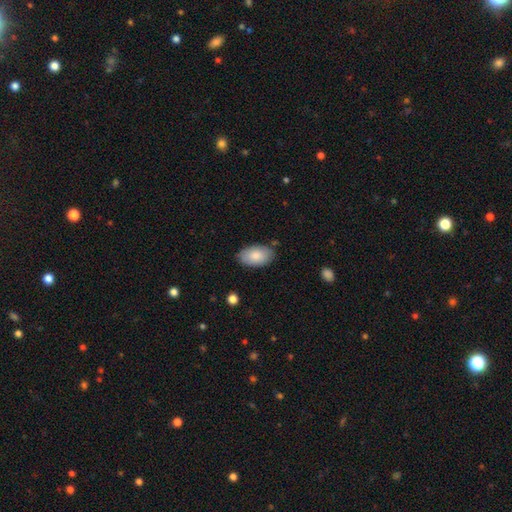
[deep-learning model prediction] A smooth galaxy with no disk features (84%) that is in between round and cigar-shaped (95%). Merging: none (82%).